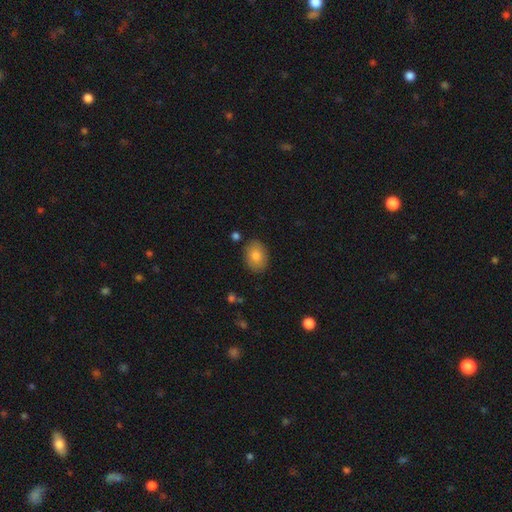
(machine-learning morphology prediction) A smooth galaxy with no disk features (81%) that is in between round and cigar-shaped (72%). Merging: none (85%).